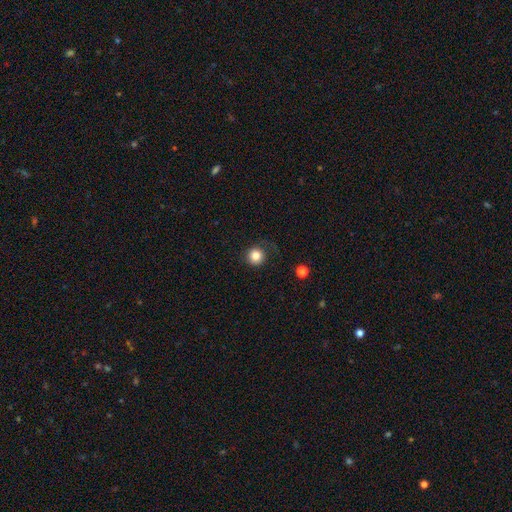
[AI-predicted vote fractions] smooth 83%, star or artifact 11%, featured or disk 6%. Down the decision tree: how rounded — round (93%); merging — none (80%).